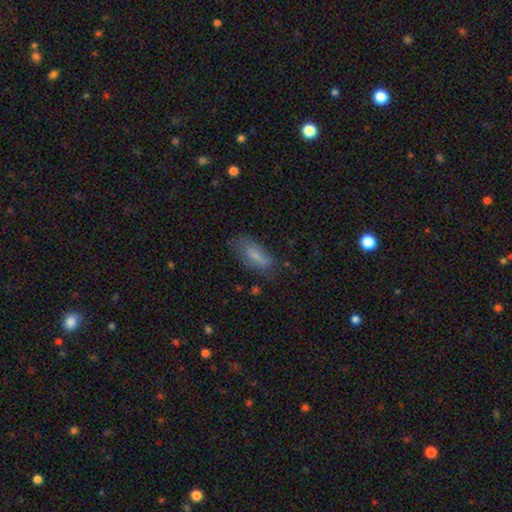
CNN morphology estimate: type=smooth (74%); roundness=in between (73%); merging=none (60%).